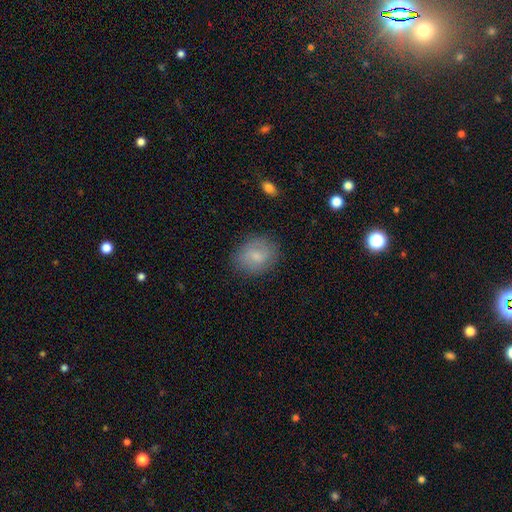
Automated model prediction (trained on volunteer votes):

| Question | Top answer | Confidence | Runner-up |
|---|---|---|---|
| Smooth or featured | smooth | 75% | featured or disk (17%) |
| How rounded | round | 55% | in between (44%) |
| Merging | none | 81% | minor disturbance (14%) |